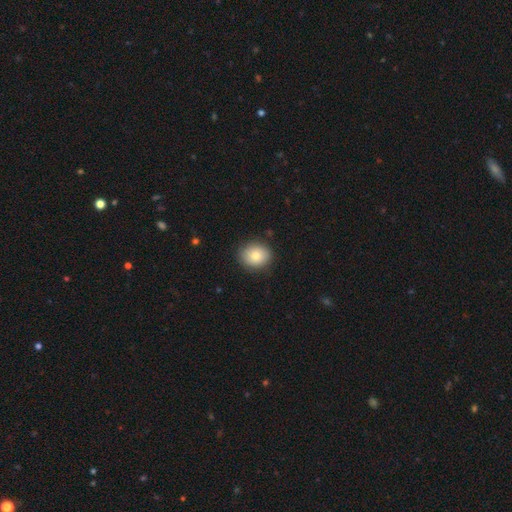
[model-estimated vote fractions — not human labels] Q: Smooth or featured?
A: smooth (80%); runner-up: featured or disk (11%)
Q: How rounded?
A: round (67%); runner-up: in between (32%)
Q: Merging?
A: none (87%); runner-up: minor disturbance (9%)